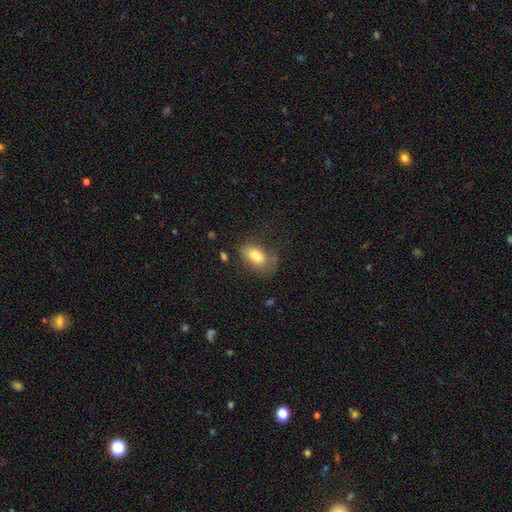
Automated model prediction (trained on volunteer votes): smooth-or-featured: smooth: 81% | featured or disk: 11% | star or artifact: 8%
  how-rounded: in between: 91% | round: 7% | cigar-shaped: 2%
  merging: none: 65% | minor disturbance: 22% | major disturbance: 10% | merger: 3%